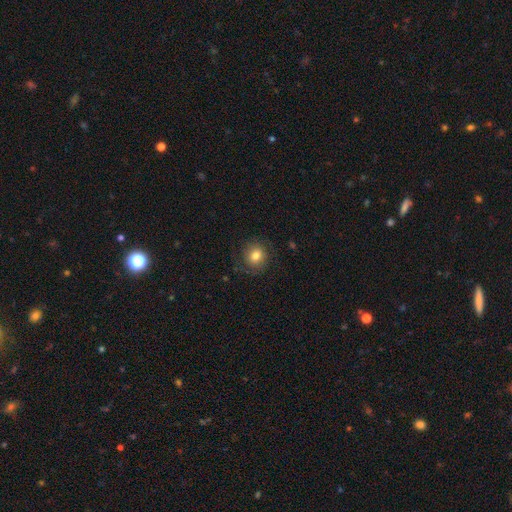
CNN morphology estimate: smooth-or-featured: smooth: 78% | featured or disk: 12% | star or artifact: 10%
  how-rounded: round: 85% | in between: 15% | cigar-shaped: 1%
  merging: none: 81% | minor disturbance: 12% | major disturbance: 5% | merger: 1%